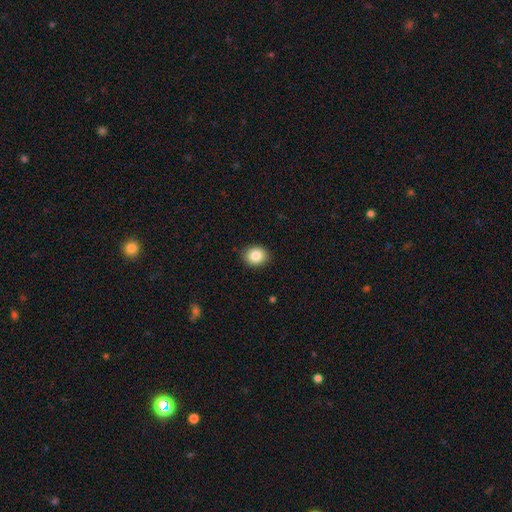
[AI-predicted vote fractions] The model was most divided on "how rounded": round: 66%, in between: 33%, cigar-shaped: 1%. More confident: merging — none (90%); smooth or featured — smooth (85%).